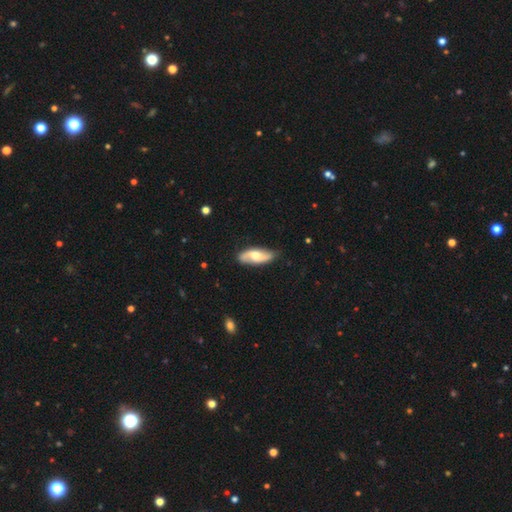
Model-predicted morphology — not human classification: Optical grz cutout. It shows a featured or disk galaxy (65%) with no bar (54%), 2 (89%) loose (59%) spiral arms (89%) and a moderate central bulge (59%). Merging: none (80%).